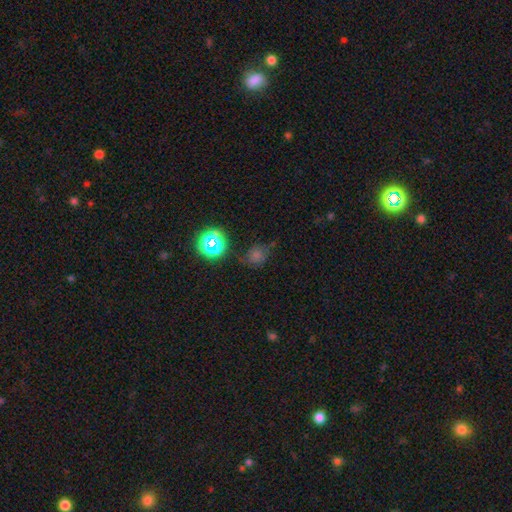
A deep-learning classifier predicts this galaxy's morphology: smooth_or_featured: smooth (p=0.57) [alt: star or artifact p=0.34]
how_rounded: round (p=0.76) [alt: in between p=0.23]
merging: none (p=0.66) [alt: minor disturbance p=0.22]